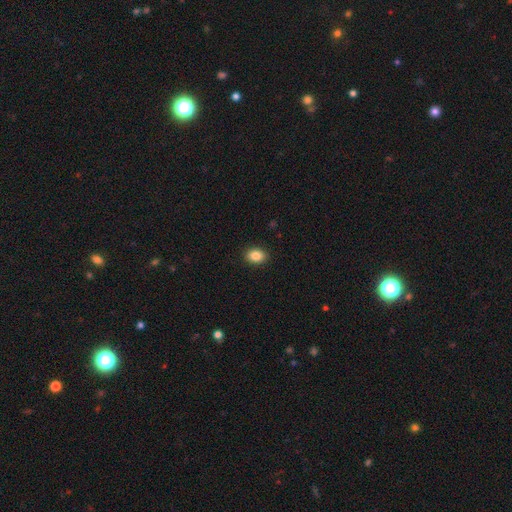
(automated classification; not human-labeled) Smooth or featured? smooth (86%)
How rounded? in between (70%)
Merging? none (90%)